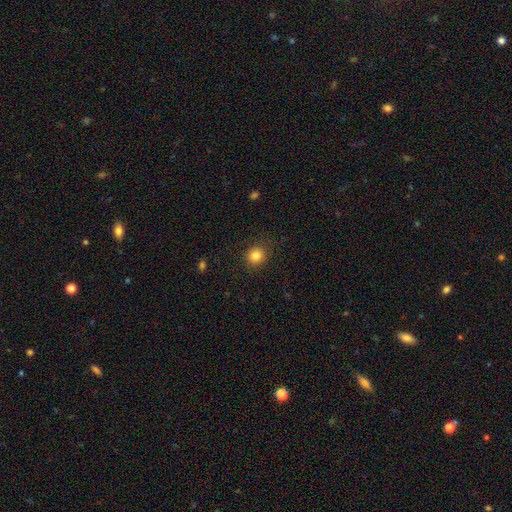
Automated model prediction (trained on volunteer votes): Morphology: type=smooth (84%); roundness=round (88%); merging=none (88%).